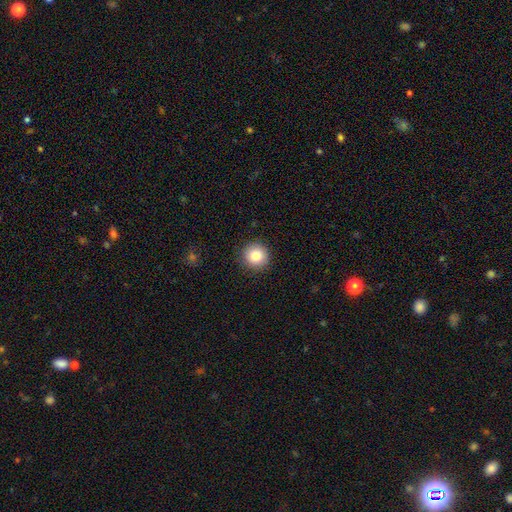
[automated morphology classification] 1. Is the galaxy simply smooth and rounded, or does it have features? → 83% smooth, 10% star or artifact, 7% featured or disk.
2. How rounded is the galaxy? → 95% round, 4% in between, 1% cigar-shaped.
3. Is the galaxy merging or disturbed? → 91% none, 6% minor disturbance, 2% major disturbance, 1% merger.